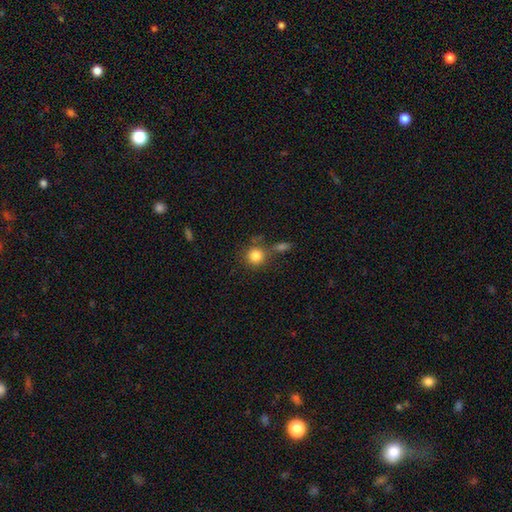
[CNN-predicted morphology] smooth_or_featured: smooth (p=0.83) [alt: star or artifact p=0.10]
how_rounded: round (p=0.90) [alt: in between p=0.09]
merging: none (p=0.66) [alt: merger p=0.17]